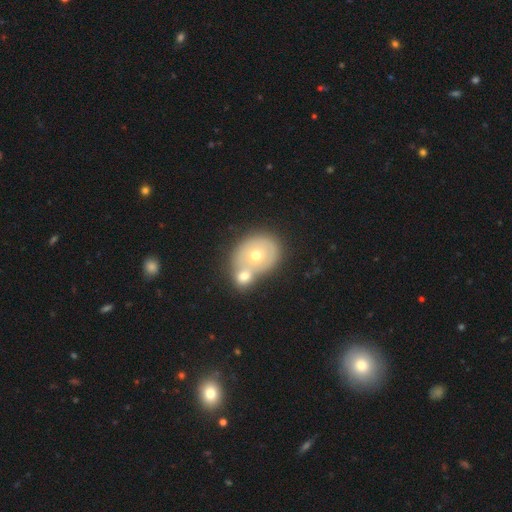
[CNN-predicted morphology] Q: Smooth or featured?
A: smooth (54%); runner-up: featured or disk (36%)
Q: How rounded?
A: round (63%); runner-up: in between (36%)
Q: Merging?
A: merger (59%); runner-up: none (29%)